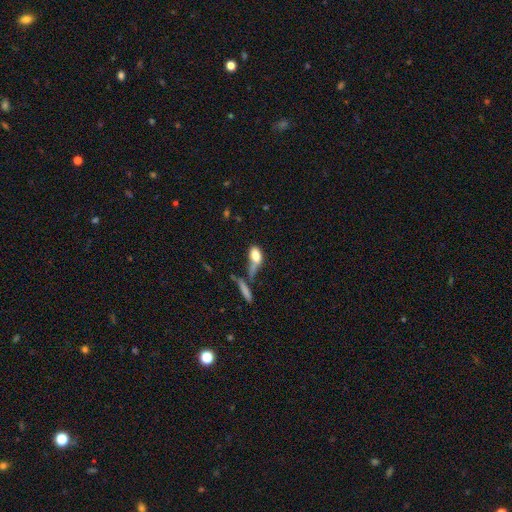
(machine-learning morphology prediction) Overall: smooth (72%). How rounded: in between (80%). Merging: merger (33%; major disturbance 28%).